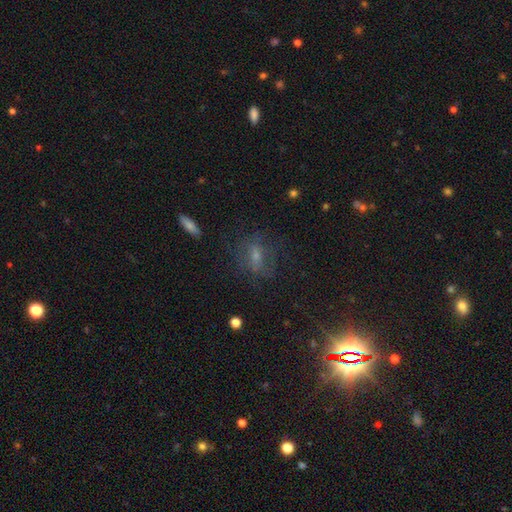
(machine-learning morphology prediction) Smooth or featured: smooth — 37% (star or artifact — 32%)
Merging: none — 68% (minor disturbance — 17%)